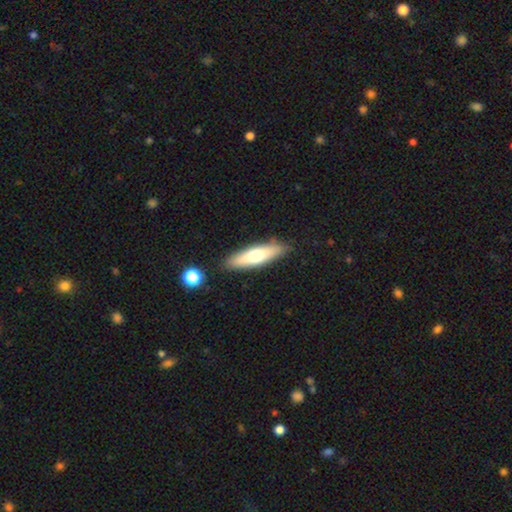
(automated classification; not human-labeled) This is likely a smooth galaxy (60%). How rounded: likely cigar-shaped (65%). Merging: clearly none (86%).